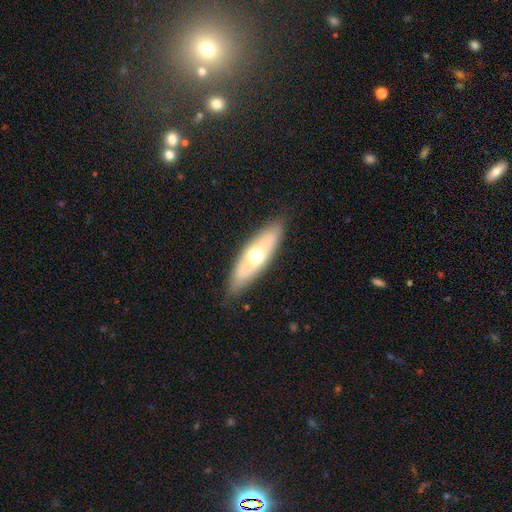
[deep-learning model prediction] The model was most divided on "smooth or featured": smooth: 52%, featured or disk: 43%, star or artifact: 6%. More confident: merging — none (84%); how rounded — in between (56%).